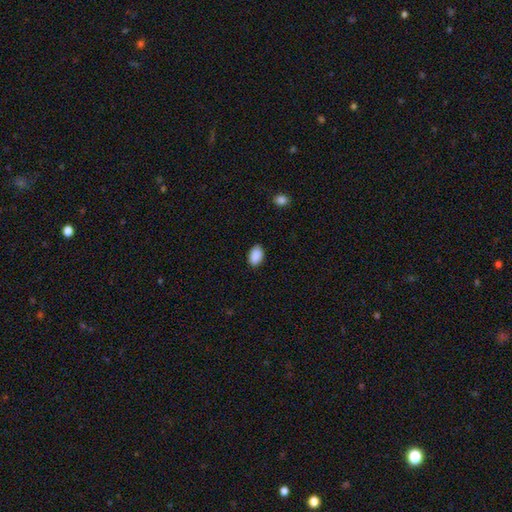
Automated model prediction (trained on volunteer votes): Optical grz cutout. It shows a smooth galaxy with no disk features (90%) that is in between round and cigar-shaped (91%). Merging: none (87%).